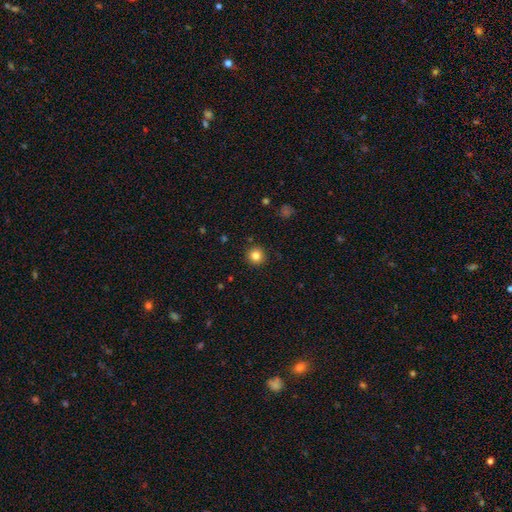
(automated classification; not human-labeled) The model was most divided on "smooth or featured": smooth: 82%, star or artifact: 12%, featured or disk: 6%. More confident: how rounded — round (95%); merging — none (92%).